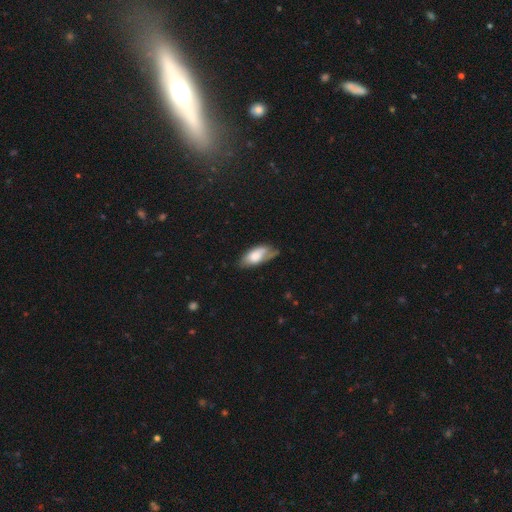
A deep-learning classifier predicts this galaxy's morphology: A smooth galaxy with no disk features (72%) that is in between round and cigar-shaped (87%). Merging: none (47%).